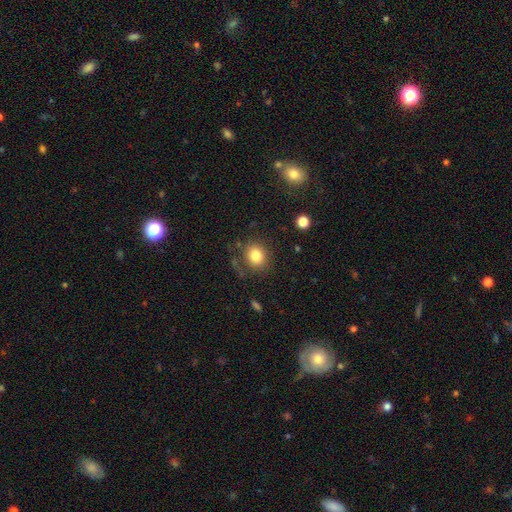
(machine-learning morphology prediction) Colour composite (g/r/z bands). It shows a smooth galaxy with no disk features (82%) that is round (66%). Merging: none (77%).